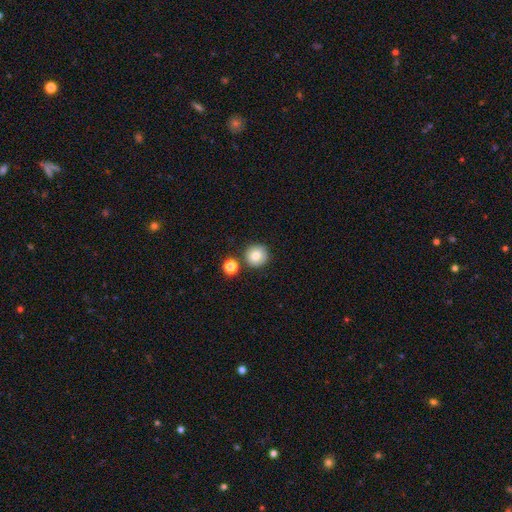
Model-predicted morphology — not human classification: A smooth galaxy with no disk features (81%) that is round (95%). Merging: none (83%).